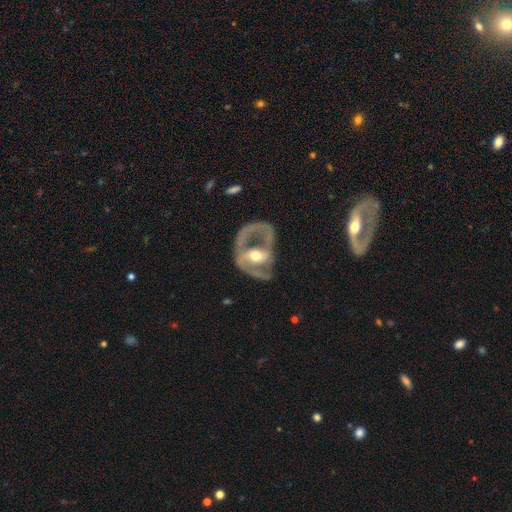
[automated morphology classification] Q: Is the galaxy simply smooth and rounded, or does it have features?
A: featured or disk — 79%.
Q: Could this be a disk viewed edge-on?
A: no — 96%.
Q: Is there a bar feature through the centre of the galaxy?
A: no — 39%.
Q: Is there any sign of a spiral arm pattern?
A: yes — 66%.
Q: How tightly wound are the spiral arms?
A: medium — 45%.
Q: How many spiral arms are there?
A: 2 — 62%.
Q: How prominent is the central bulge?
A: moderate — 67%.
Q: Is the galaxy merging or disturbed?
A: major disturbance — 45%.